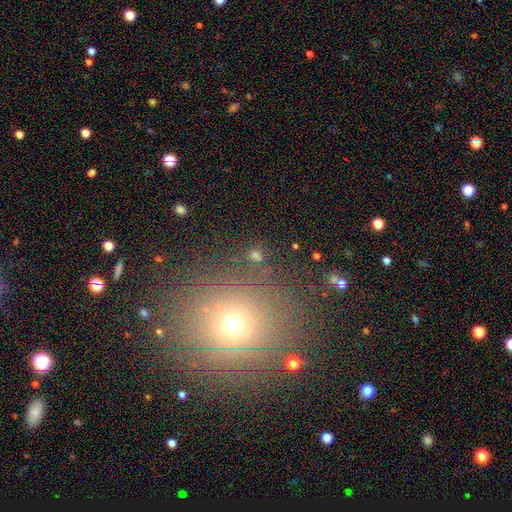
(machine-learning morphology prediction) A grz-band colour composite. It shows a smooth galaxy with no disk features (58%) that is round (69%). Merging: none (75%).